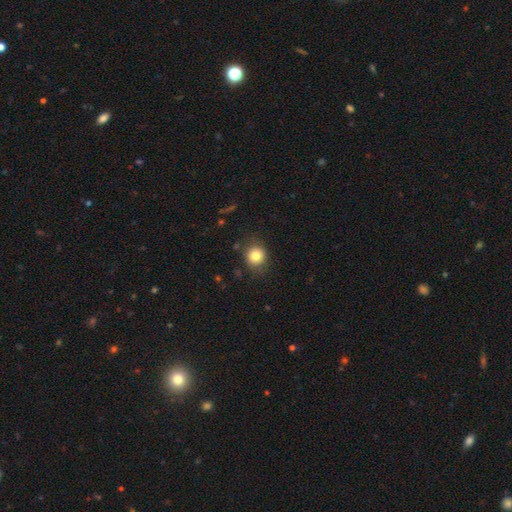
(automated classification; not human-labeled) The model was most divided on "merging": none: 81%, minor disturbance: 13%, major disturbance: 4%, merger: 2%. More confident: how rounded — round (86%); smooth or featured — smooth (80%).